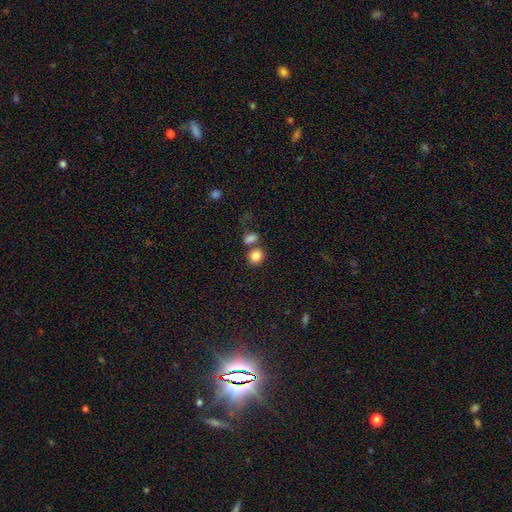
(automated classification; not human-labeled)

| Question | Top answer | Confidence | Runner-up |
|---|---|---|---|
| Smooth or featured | smooth | 84% | star or artifact (10%) |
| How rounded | round | 77% | in between (22%) |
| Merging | none | 58% | merger (29%) |